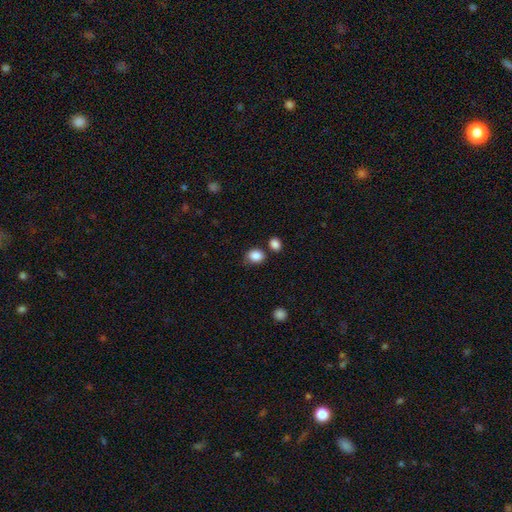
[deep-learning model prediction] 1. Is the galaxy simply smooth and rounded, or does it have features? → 87% smooth, 9% star or artifact, 4% featured or disk.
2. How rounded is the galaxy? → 54% round, 45% in between, 1% cigar-shaped.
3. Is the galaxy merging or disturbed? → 69% none, 15% minor disturbance, 11% merger, 4% major disturbance.